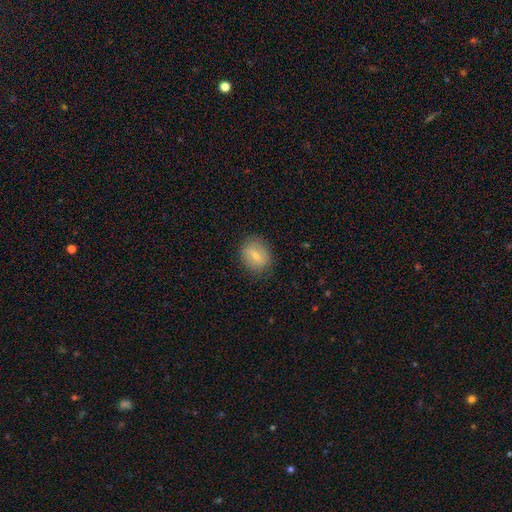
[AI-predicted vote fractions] This is likely a smooth galaxy (64%). How rounded: possibly round (50%). Merging: clearly none (83%).